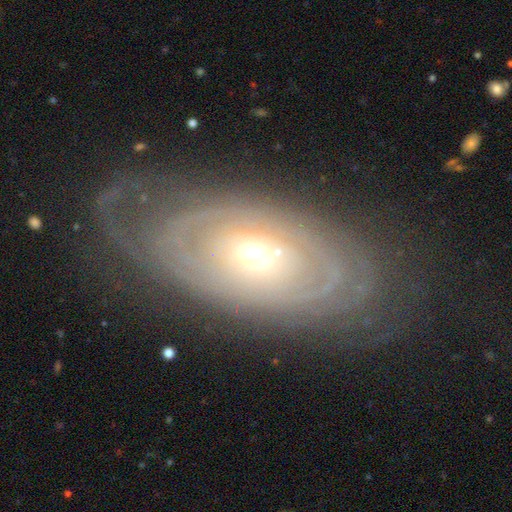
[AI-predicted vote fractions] This appears to be a featured or disk galaxy (71%) with no bar (76%), spiral arms (63%) and a moderate central bulge (58%). Merging: none (72%).